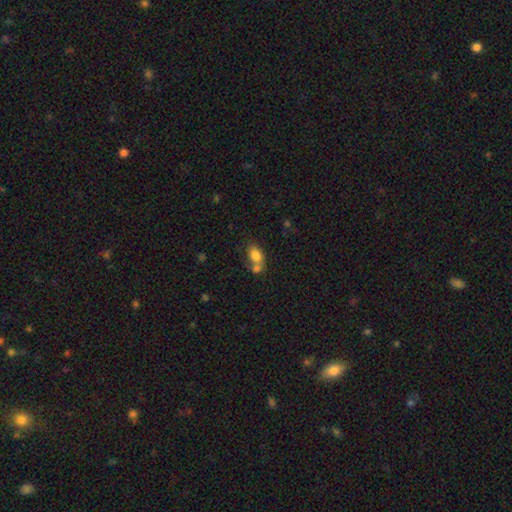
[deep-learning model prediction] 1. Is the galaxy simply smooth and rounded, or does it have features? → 79% smooth, 11% featured or disk, 10% star or artifact.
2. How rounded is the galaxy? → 78% in between, 20% round, 2% cigar-shaped.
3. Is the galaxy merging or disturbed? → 49% merger, 34% none, 11% minor disturbance, 6% major disturbance.